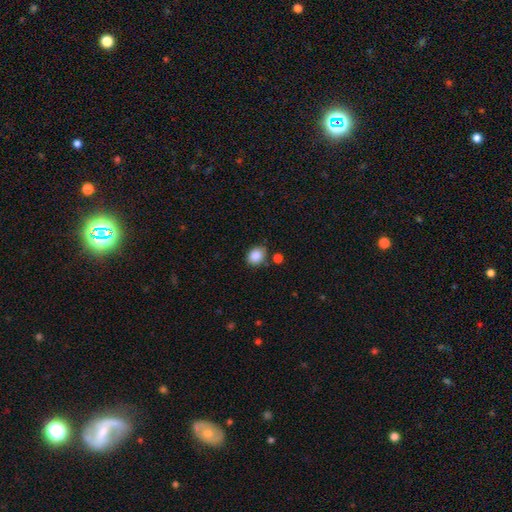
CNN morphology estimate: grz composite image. It shows a smooth galaxy with no disk features (87%) that is round (53%). Merging: none (76%).